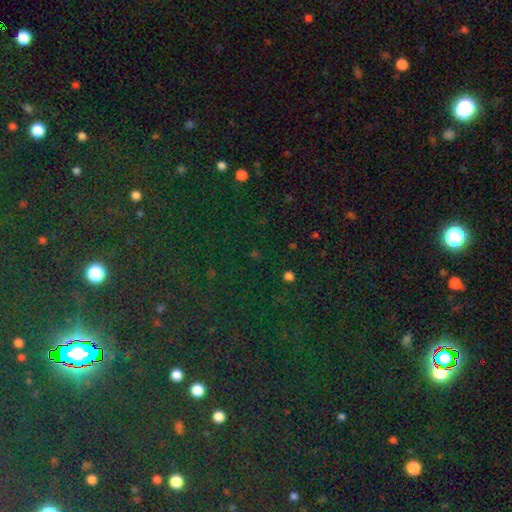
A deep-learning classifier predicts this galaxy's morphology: A star or artifact, not a galaxy (80%).